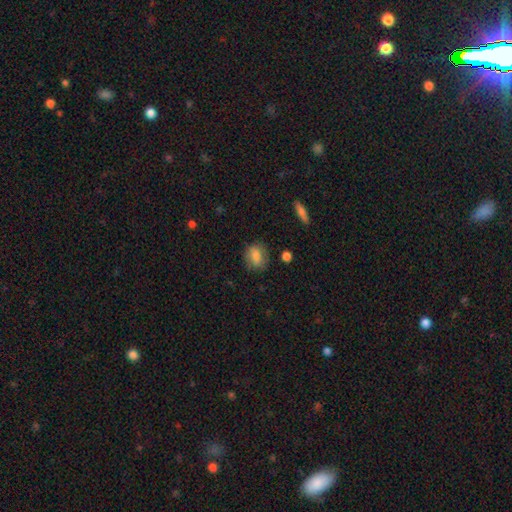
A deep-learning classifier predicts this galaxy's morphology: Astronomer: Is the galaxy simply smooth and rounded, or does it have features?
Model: smooth — 79%.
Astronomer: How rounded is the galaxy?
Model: in between — 55% (runner-up: round, 42%).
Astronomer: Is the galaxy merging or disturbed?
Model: none — 79%.